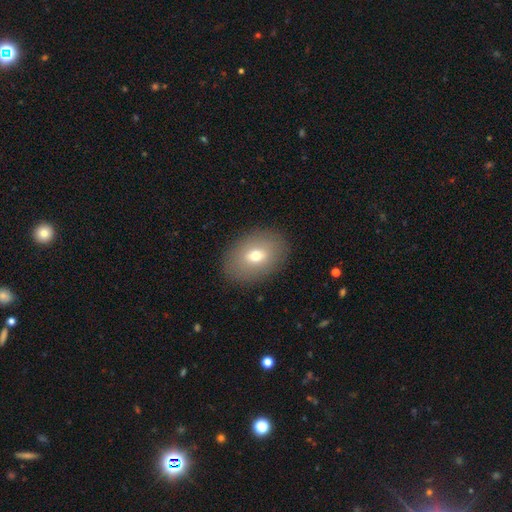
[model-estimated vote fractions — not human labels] Overall: smooth (67%). How rounded: in between (77%). Merging: none (87%).